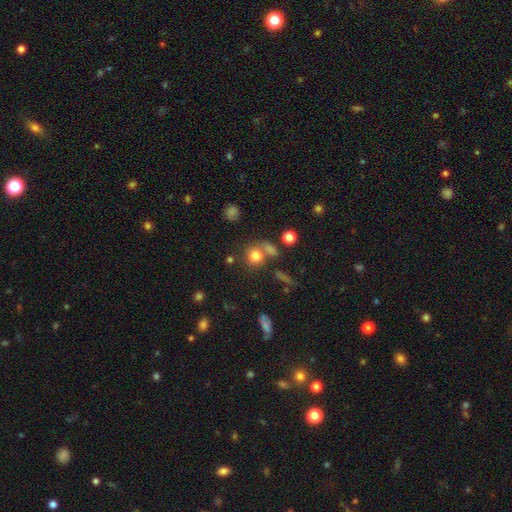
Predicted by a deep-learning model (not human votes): Smooth or featured? Predicted: smooth (p=0.77). How rounded? Predicted: round (p=0.81). Merging? Predicted: none (p=0.58).